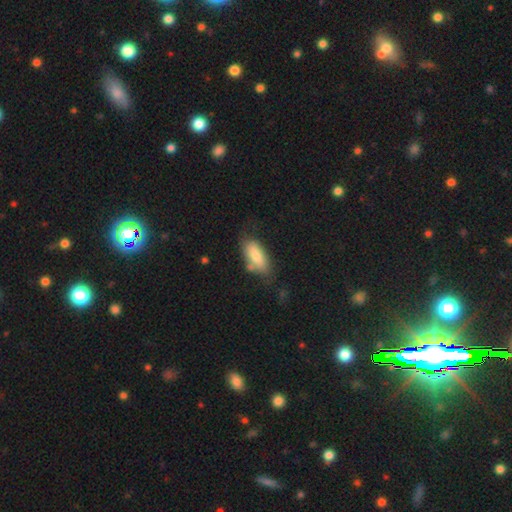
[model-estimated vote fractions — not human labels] Smooth or featured: smooth — 75% (featured or disk — 18%)
How rounded: in between — 81% (cigar-shaped — 17%)
Merging: none — 62% (minor disturbance — 25%)